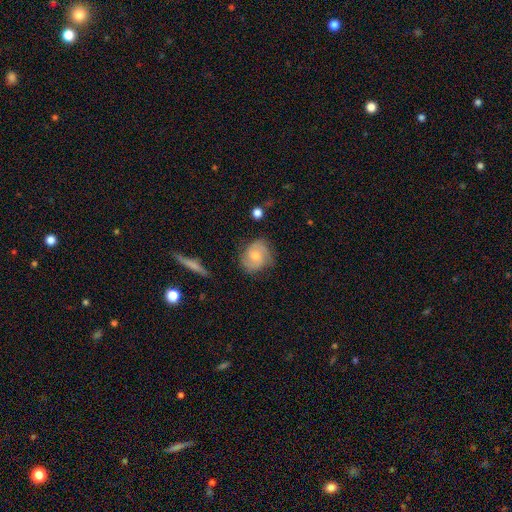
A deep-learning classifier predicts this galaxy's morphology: This is possibly a featured or disk galaxy (59%). It is clearly not viewed edge-on (97%). Bar: likely no (65%). Spiral arm pattern: clearly yes (90%). Spiral arm count: likely 2 (66%). Spiral winding: marginally medium (45%). Central bulge: possibly moderate (49%). Merging: likely none (72%).